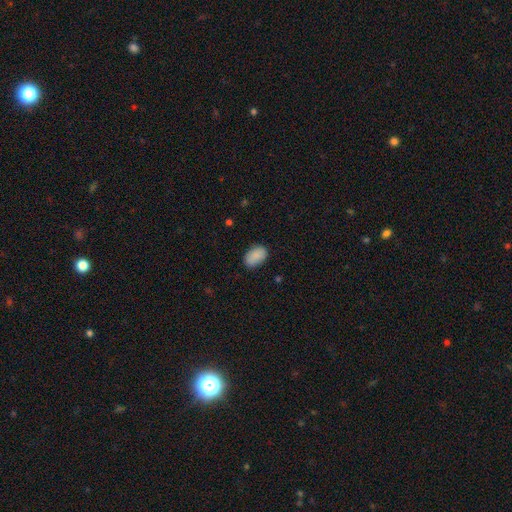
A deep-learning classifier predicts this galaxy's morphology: This appears to be a smooth galaxy with no disk features (88%) that is in between round and cigar-shaped (90%). Merging: none (80%).